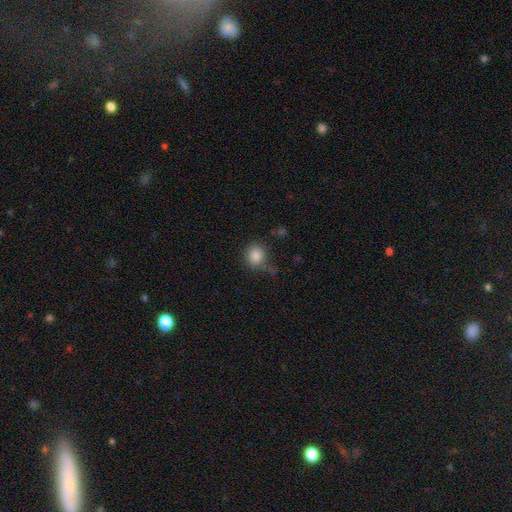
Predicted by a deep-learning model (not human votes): Overall: smooth (85%). How rounded: round (79%). Merging: none (69%).